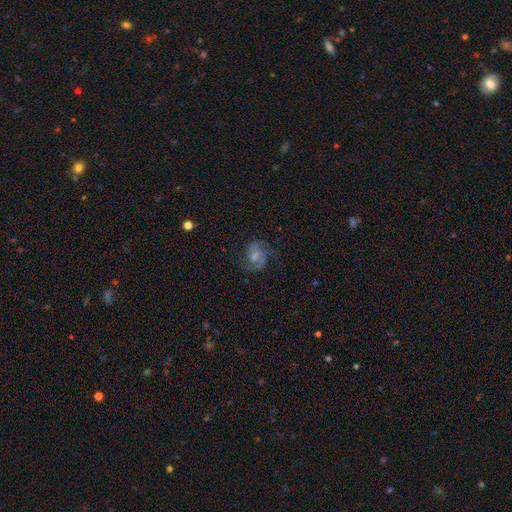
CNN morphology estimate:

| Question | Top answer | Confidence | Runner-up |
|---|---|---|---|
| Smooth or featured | featured or disk | 65% | smooth (26%) |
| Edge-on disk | no | 98% | yes (2%) |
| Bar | weak | 46% | no (45%) |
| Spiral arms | yes | 89% | no (11%) |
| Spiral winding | medium | 49% | loose (26%) |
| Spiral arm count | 2 | 71% | can't tell (12%) |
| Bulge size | moderate | 39% | small (33%) |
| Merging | none | 59% | minor disturbance (21%) |